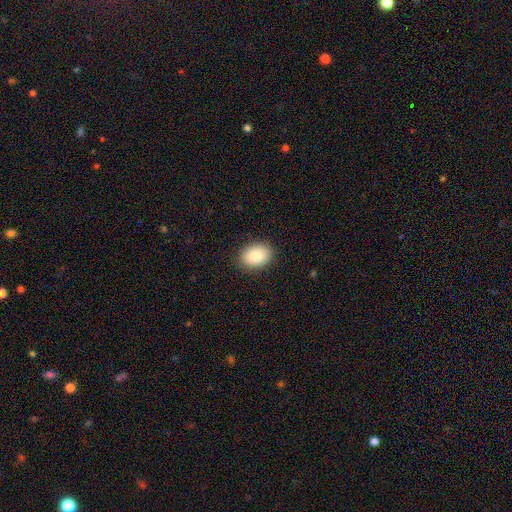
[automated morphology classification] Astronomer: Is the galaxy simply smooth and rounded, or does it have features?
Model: smooth — 85%.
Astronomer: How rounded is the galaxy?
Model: in between — 73%.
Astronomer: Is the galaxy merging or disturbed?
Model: none — 88%.